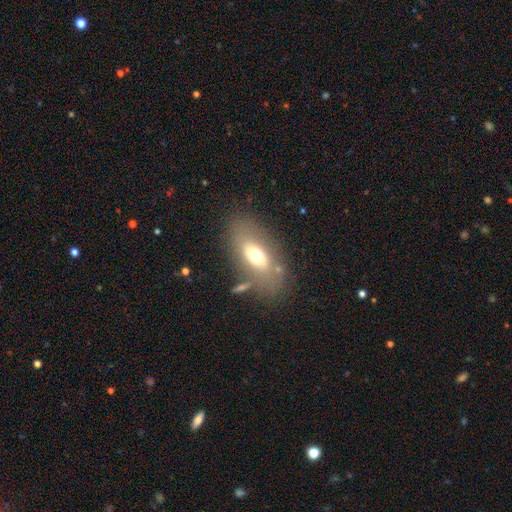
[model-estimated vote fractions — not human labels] A smooth galaxy with no disk features (59%) that is in between round and cigar-shaped (85%). Merging: none (70%).